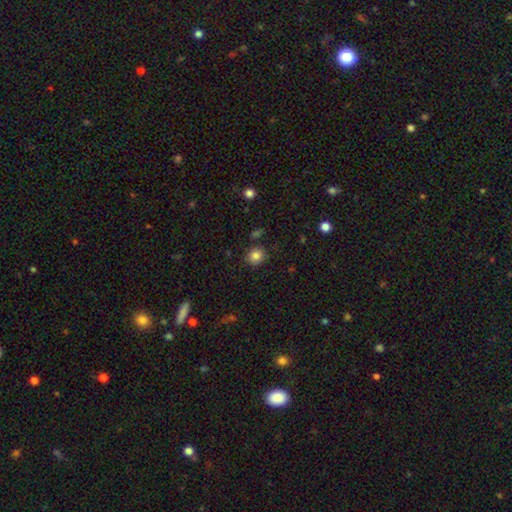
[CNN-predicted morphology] smooth_or_featured: smooth (p=0.84) [alt: star or artifact p=0.11]
how_rounded: round (p=0.82) [alt: in between p=0.17]
merging: none (p=0.87) [alt: minor disturbance p=0.08]